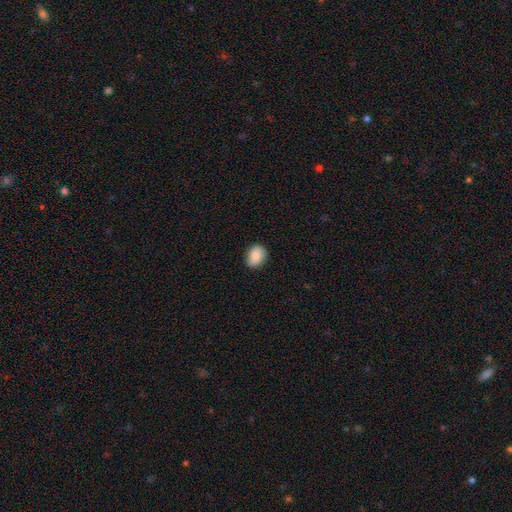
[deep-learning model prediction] Q: Smooth or featured?
A: smooth (82%); runner-up: featured or disk (10%)
Q: How rounded?
A: in between (59%); runner-up: round (40%)
Q: Merging?
A: none (81%); runner-up: minor disturbance (16%)